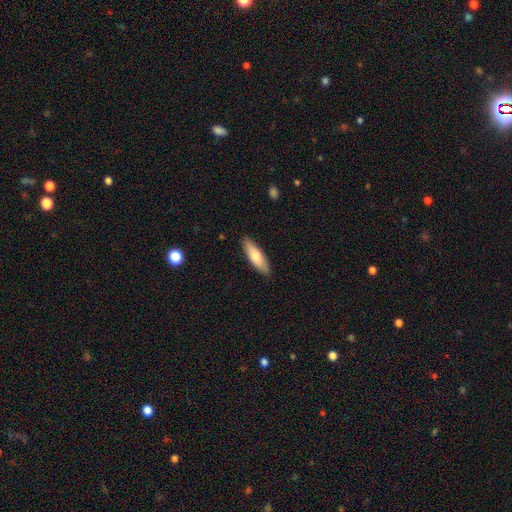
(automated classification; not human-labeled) Smooth or featured?
  - smooth: 71% *
  - featured or disk: 23%
  - star or artifact: 6%
How rounded?
  - cigar-shaped: 50% *
  - in between: 48%
  - round: 2%
Merging?
  - none: 88% *
  - minor disturbance: 10%
  - major disturbance: 2%
  - merger: 1%